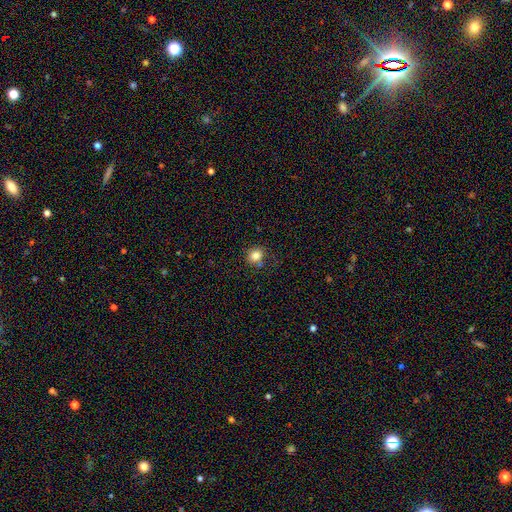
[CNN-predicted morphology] Smooth or featured? smooth (82%)
How rounded? round (78%)
Merging? none (74%)